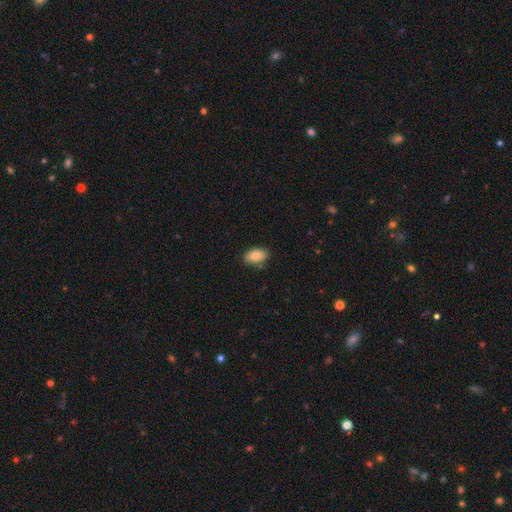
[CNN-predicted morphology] Overall: smooth (83%). How rounded: in between (91%). Merging: none (82%).